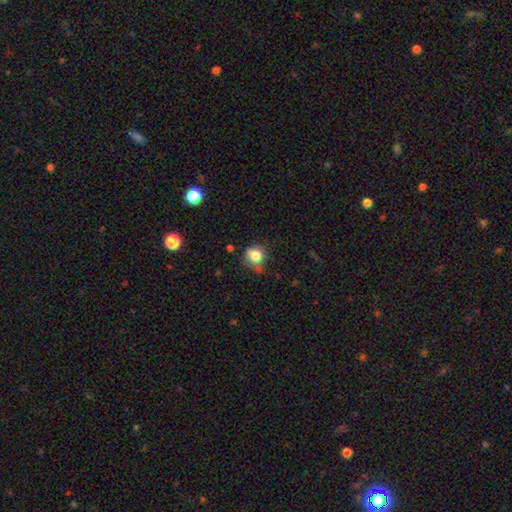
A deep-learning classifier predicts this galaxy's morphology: A smooth galaxy with no disk features (81%) that is round (82%).

Vote fractions:
- Smooth or featured? smooth: 81% / star or artifact: 11% / featured or disk: 9%
- How rounded? round: 82% / in between: 17% / cigar-shaped: 1%
- Merging? none: 57% / minor disturbance: 31% / major disturbance: 8% / merger: 4%